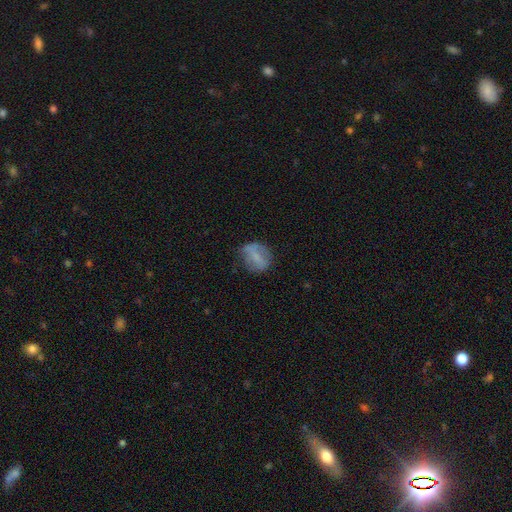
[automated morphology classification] A smooth galaxy with no disk features (58%) that is in between round and cigar-shaped (50%).

Vote fractions:
- Smooth or featured? smooth: 58% / featured or disk: 32% / star or artifact: 10%
- How rounded? in between: 50% / round: 46% / cigar-shaped: 4%
- Merging? none: 56% / minor disturbance: 27% / major disturbance: 15% / merger: 2%